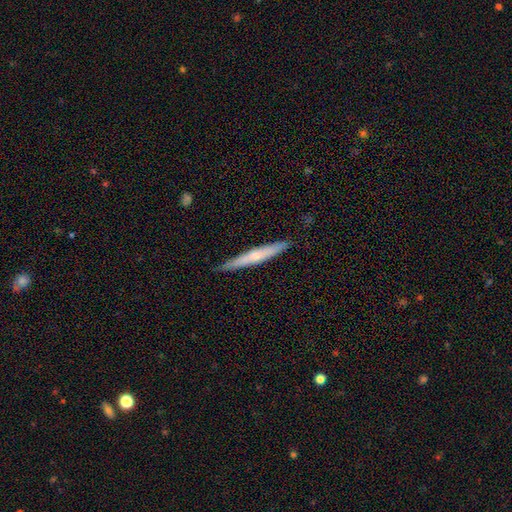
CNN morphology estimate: A featured or disk galaxy (48%). Merging: none (86%).